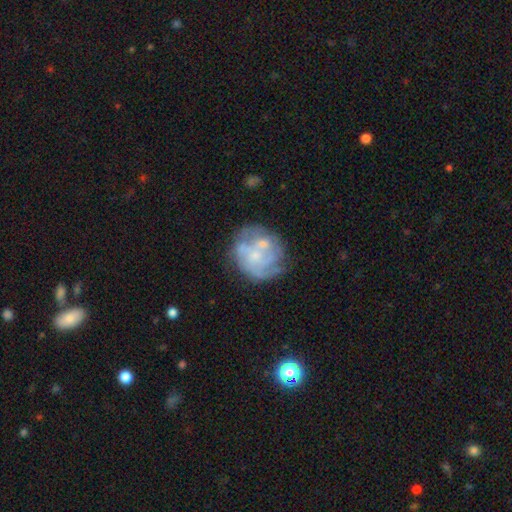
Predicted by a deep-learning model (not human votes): Smooth or featured?
  - featured or disk: 69% *
  - smooth: 24%
  - star or artifact: 8%
Edge-on disk?
  - no: 98% *
  - yes: 2%
Bar?
  - no: 81% *
  - weak: 16%
  - strong: 3%
Spiral arms?
  - yes: 59% *
  - no: 41%
Bulge size?
  - small: 60% *
  - moderate: 23%
  - none: 14%
  - large: 2%
  - dominant: 1%
Merging?
  - none: 51% *
  - minor disturbance: 21%
  - major disturbance: 15%
  - merger: 13%